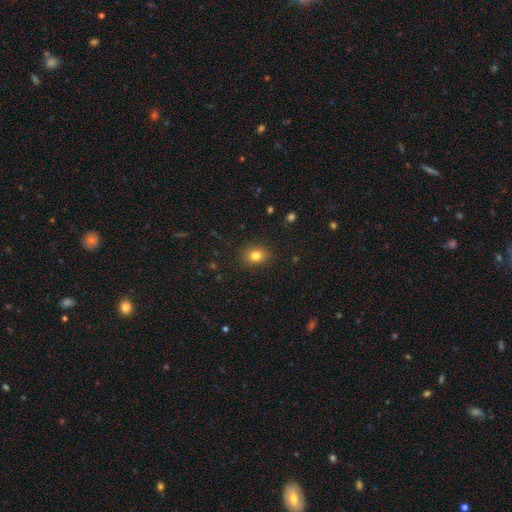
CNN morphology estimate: This is clearly a smooth galaxy (82%). How rounded: possibly round (52%). Merging: clearly none (88%).